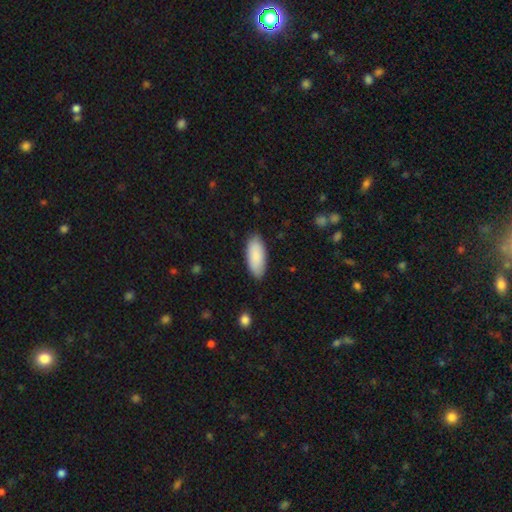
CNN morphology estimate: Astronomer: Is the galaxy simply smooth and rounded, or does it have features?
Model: smooth — 89%.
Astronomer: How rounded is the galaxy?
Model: in between — 86%.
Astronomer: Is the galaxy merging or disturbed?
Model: none — 86%.